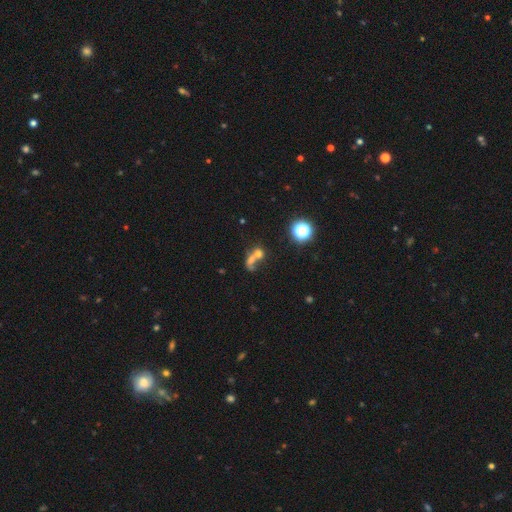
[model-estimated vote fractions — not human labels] The model was most divided on "how rounded": round: 62%, in between: 35%, cigar-shaped: 3%. More confident: merging — merger (61%); smooth or featured — smooth (54%).